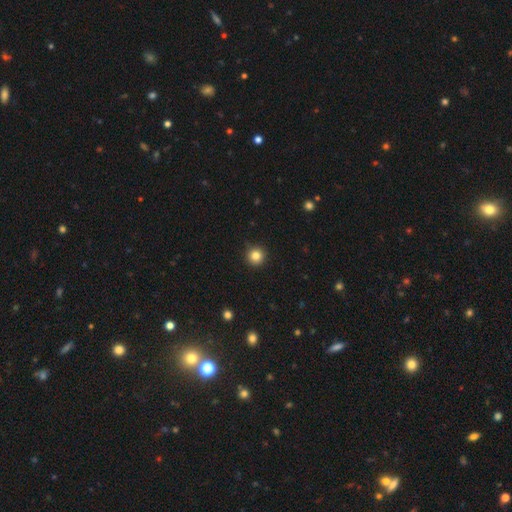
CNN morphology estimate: type=smooth (84%); roundness=round (96%); merging=none (92%).